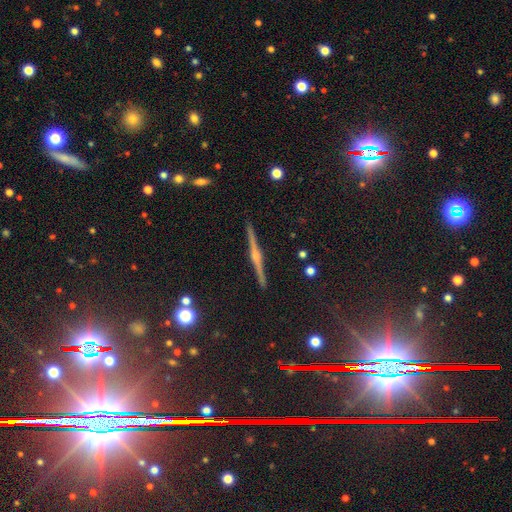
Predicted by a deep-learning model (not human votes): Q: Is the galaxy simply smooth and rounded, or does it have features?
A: featured or disk — 81%.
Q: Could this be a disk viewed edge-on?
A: yes — 98%.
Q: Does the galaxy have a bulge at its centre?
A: rounded — 87%.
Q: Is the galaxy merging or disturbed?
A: none — 93%.